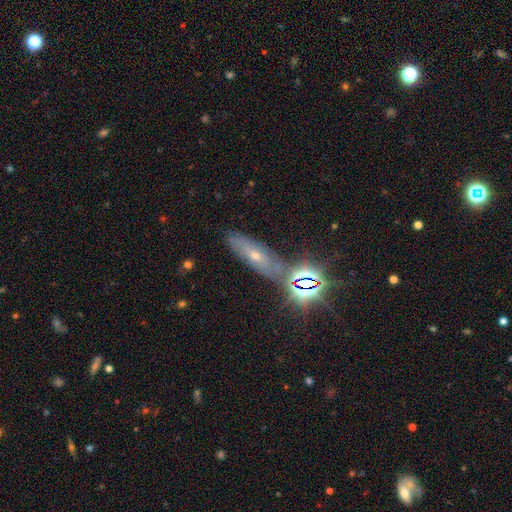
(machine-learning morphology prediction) type=featured or disk (36%); merging=none (74%).